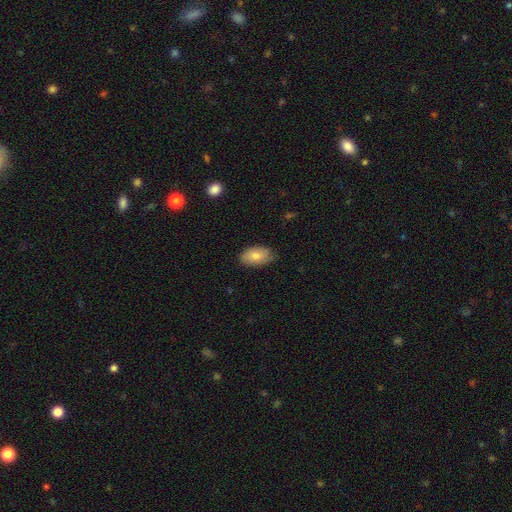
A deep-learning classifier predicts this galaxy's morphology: Smooth or featured?
  - smooth: 81% *
  - featured or disk: 13%
  - star or artifact: 6%
How rounded?
  - in between: 94% *
  - round: 4%
  - cigar-shaped: 2%
Merging?
  - none: 79% *
  - minor disturbance: 17%
  - major disturbance: 3%
  - merger: 1%